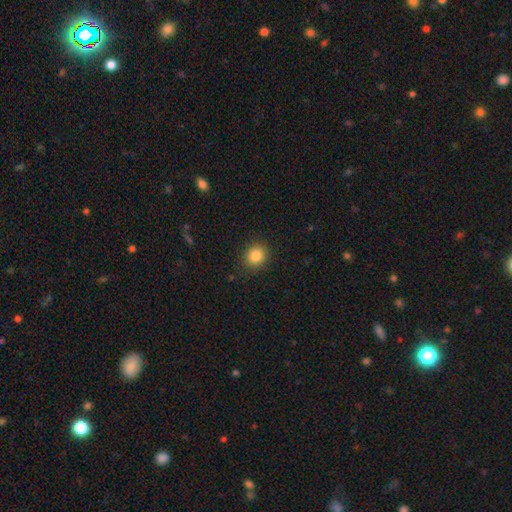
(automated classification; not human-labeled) smooth_or_featured: smooth (p=0.84) [alt: star or artifact p=0.10]
how_rounded: round (p=0.76) [alt: in between p=0.23]
merging: none (p=0.88) [alt: minor disturbance p=0.08]